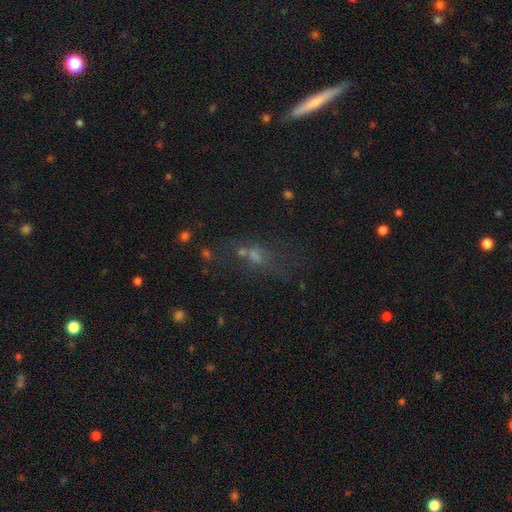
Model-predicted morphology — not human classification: type=smooth (45%); merging=none (40%).